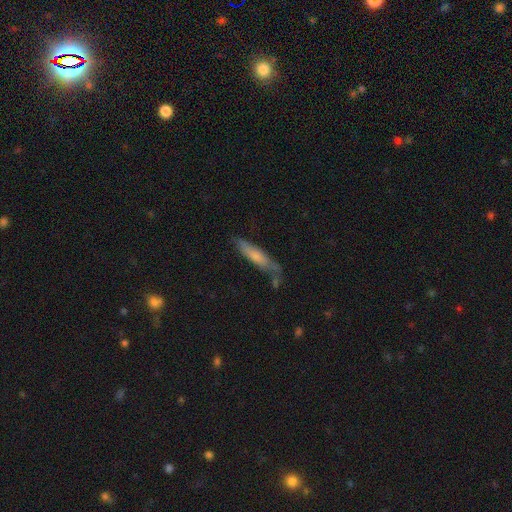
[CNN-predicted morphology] Smooth or featured: smooth — 64% (featured or disk — 30%)
How rounded: cigar-shaped — 81% (in between — 17%)
Merging: none — 61% (minor disturbance — 25%)